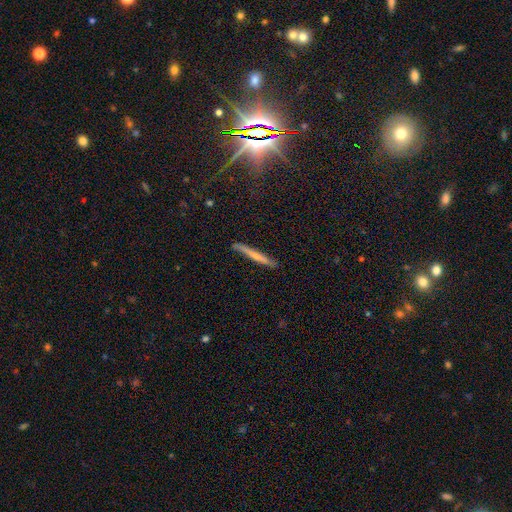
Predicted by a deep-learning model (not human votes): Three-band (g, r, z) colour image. It shows a smooth galaxy with no disk features (50%) that is cigar-shaped (96%). Merging: none (85%).